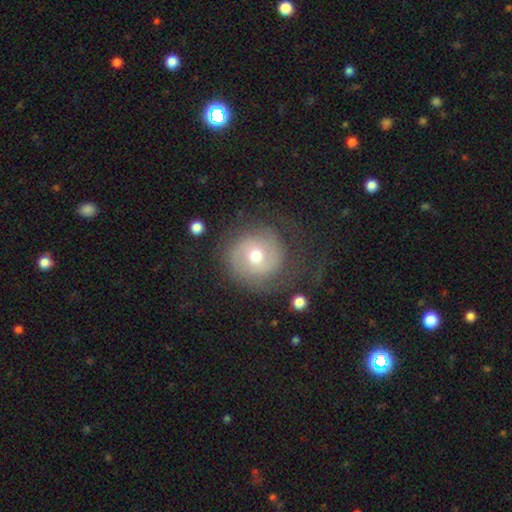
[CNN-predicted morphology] A featured or disk galaxy (58%) with no bar (65%), spiral arms (78%) and a moderate central bulge (67%).

Vote fractions:
- Smooth or featured? featured or disk: 58% / smooth: 34% / star or artifact: 8%
- Edge-on disk? no: 97% / yes: 3%
- Bar? no: 65% / weak: 28% / strong: 7%
- Spiral arms? yes: 78% / no: 22%
- Bulge size? moderate: 67% / small: 27% / large: 5% / dominant: 1% / none: 1%
- Merging? none: 61% / major disturbance: 18% / minor disturbance: 18% / merger: 2%